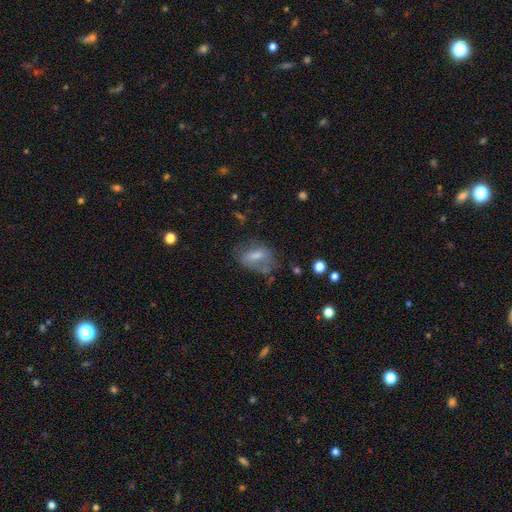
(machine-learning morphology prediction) This appears to be a smooth galaxy with no disk features (58%) that is in between round and cigar-shaped (81%). Merging: none (41%).